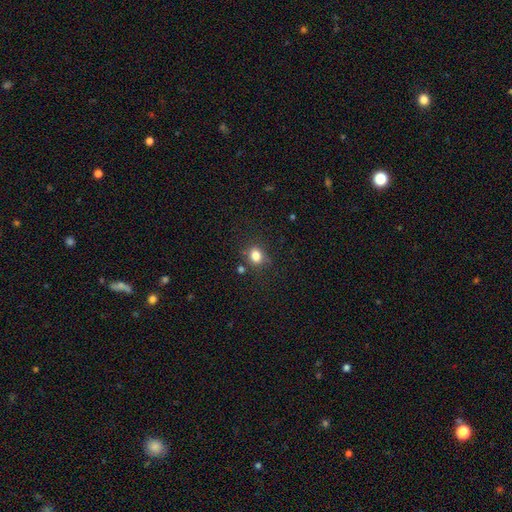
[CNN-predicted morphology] This appears to be a smooth galaxy with no disk features (82%) that is round (66%). Merging: none (75%).